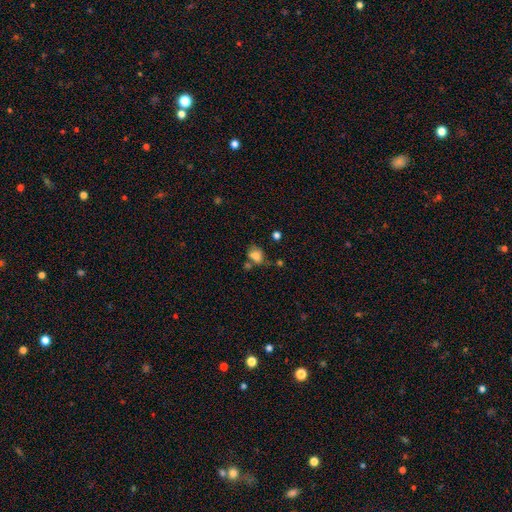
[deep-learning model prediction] Overall: smooth (71%). How rounded: in between (65%; round 34%). Merging: none (41%; minor disturbance 24%).